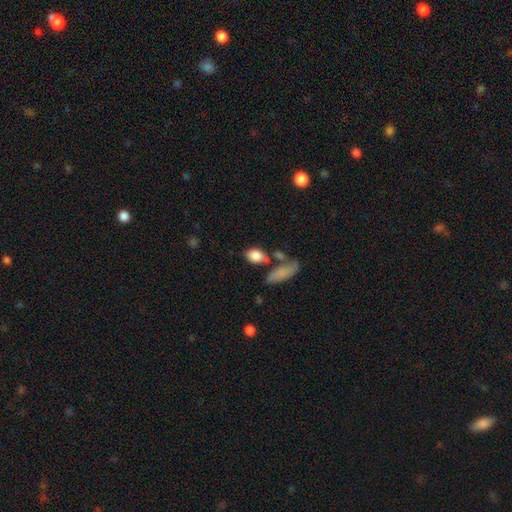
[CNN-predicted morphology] smooth_or_featured: smooth (p=0.84) [alt: featured or disk p=0.09]
how_rounded: in between (p=0.82) [alt: round p=0.14]
merging: none (p=0.57) [alt: merger p=0.19]